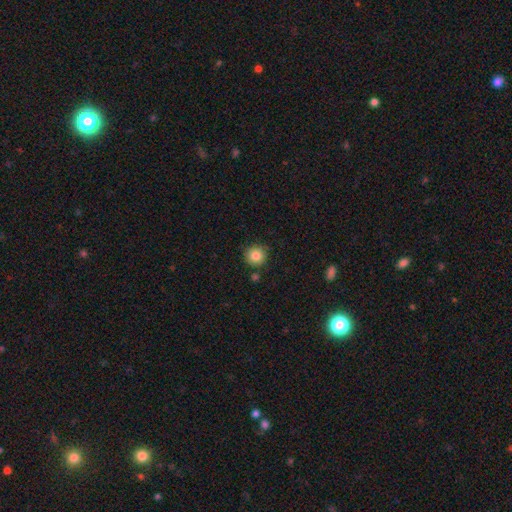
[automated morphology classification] Smooth or featured? smooth (85%)
How rounded? round (94%)
Merging? none (85%)